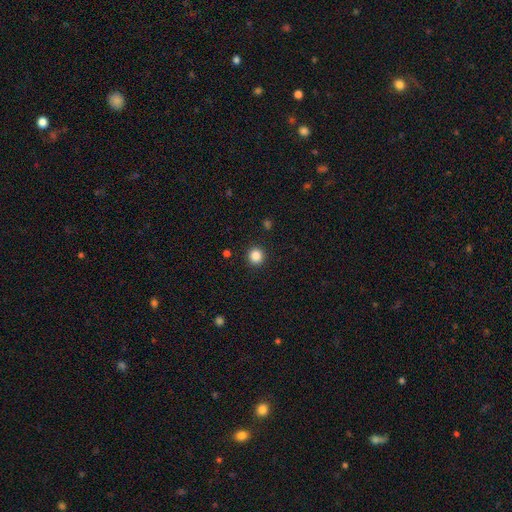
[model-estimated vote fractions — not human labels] smooth_or_featured: smooth (p=0.86) [alt: star or artifact p=0.11]
how_rounded: round (p=0.94) [alt: in between p=0.05]
merging: none (p=0.92) [alt: minor disturbance p=0.05]